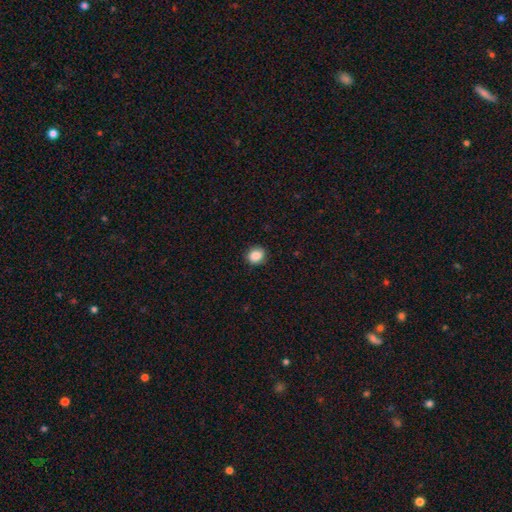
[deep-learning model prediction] smooth_or_featured: smooth (p=0.84) [alt: star or artifact p=0.09]
how_rounded: round (p=0.72) [alt: in between p=0.27]
merging: none (p=0.85) [alt: minor disturbance p=0.12]